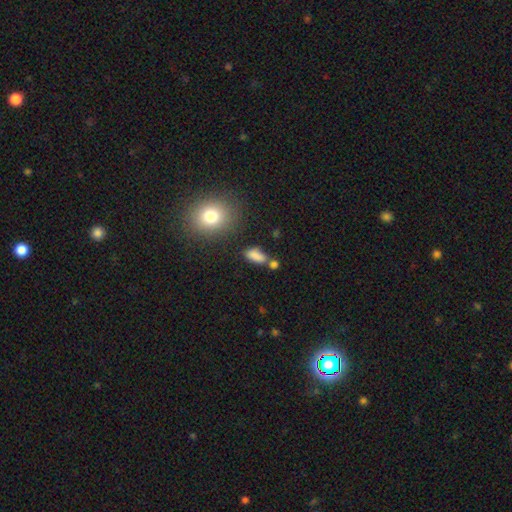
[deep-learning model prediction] Overall: smooth (81%). How rounded: in between (77%). Merging: none (56%; merger 20%).